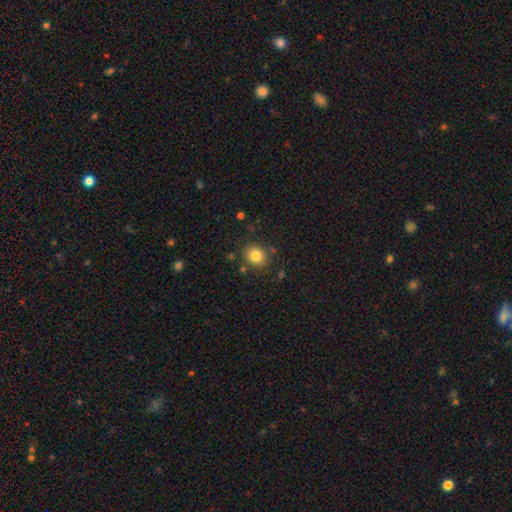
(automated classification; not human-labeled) A smooth galaxy with no disk features (82%) that is round (72%).

Vote fractions:
- Smooth or featured? smooth: 82% / star or artifact: 11% / featured or disk: 7%
- How rounded? round: 72% / in between: 27% / cigar-shaped: 1%
- Merging? none: 85% / minor disturbance: 9% / merger: 3% / major disturbance: 3%